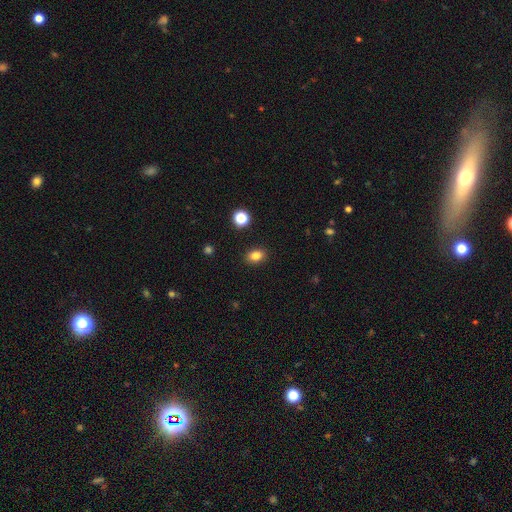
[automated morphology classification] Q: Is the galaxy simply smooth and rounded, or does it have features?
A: smooth — 83%.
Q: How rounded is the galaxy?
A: in between — 70%.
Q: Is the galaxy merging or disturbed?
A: none — 89%.